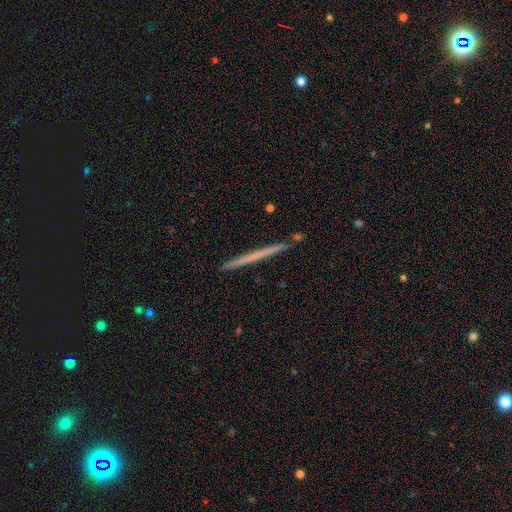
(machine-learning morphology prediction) smooth-or-featured: featured or disk: 48% | smooth: 46% | star or artifact: 6%
  merging: none: 91% | minor disturbance: 6% | merger: 2% | major disturbance: 1%